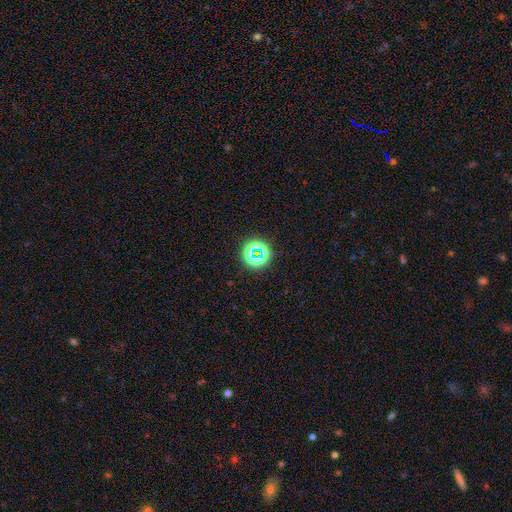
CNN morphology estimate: A star or artifact, not a galaxy (62%).